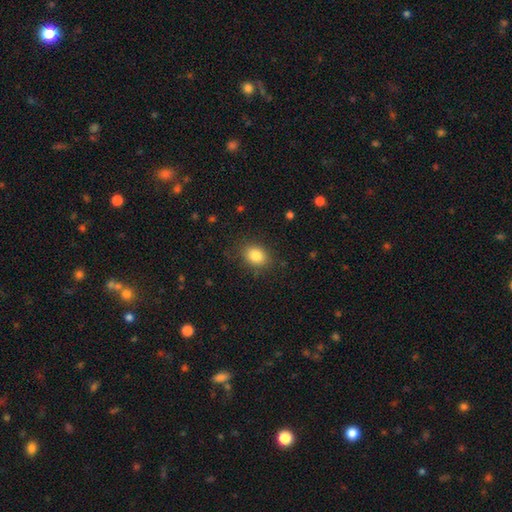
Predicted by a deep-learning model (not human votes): Q: Smooth or featured?
A: smooth (84%); runner-up: star or artifact (10%)
Q: How rounded?
A: in between (57%); runner-up: round (42%)
Q: Merging?
A: none (84%); runner-up: minor disturbance (12%)